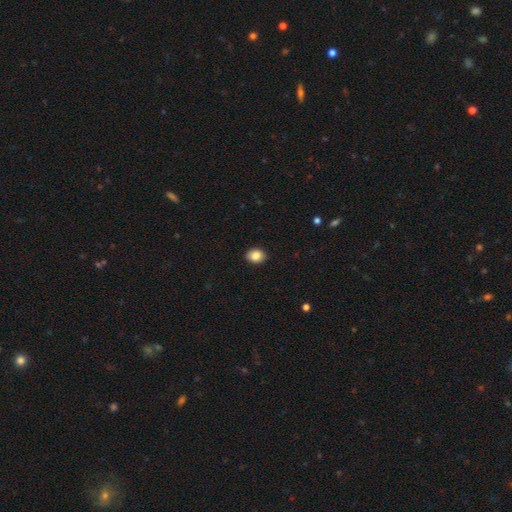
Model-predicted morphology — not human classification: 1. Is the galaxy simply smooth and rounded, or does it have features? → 86% smooth, 8% star or artifact, 6% featured or disk.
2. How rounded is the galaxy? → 56% in between, 44% round, 1% cigar-shaped.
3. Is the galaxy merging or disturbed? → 91% none, 6% minor disturbance, 2% major disturbance, 1% merger.